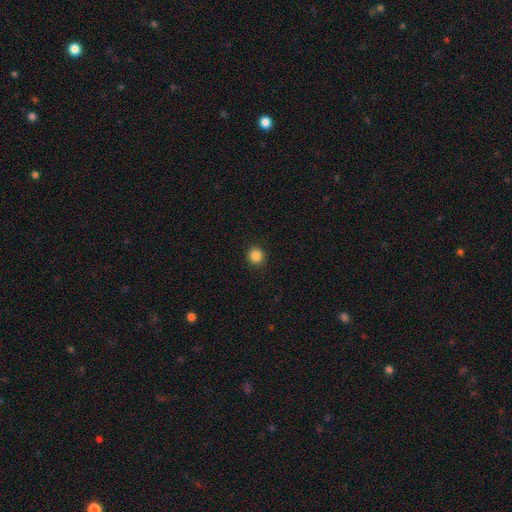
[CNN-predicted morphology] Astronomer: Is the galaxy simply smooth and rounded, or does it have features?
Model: smooth — 86%.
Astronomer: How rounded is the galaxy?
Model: round — 93%.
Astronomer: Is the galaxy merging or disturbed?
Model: none — 93%.